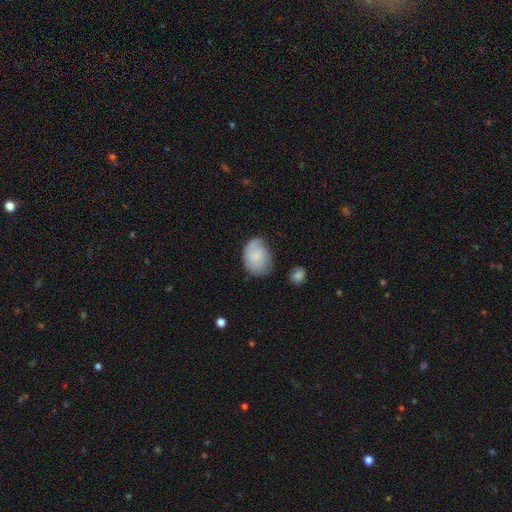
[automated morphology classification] type=smooth (55%); roundness=in between (65%); merging=none (56%).